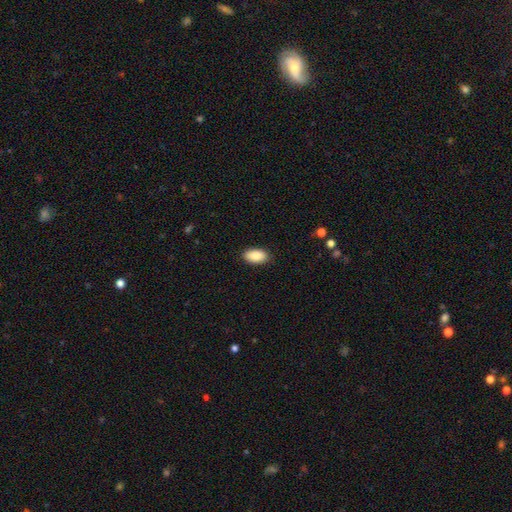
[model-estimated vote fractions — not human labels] Smooth or featured? Predicted: smooth (p=0.89). How rounded? Predicted: in between (p=0.94). Merging? Predicted: none (p=0.88).